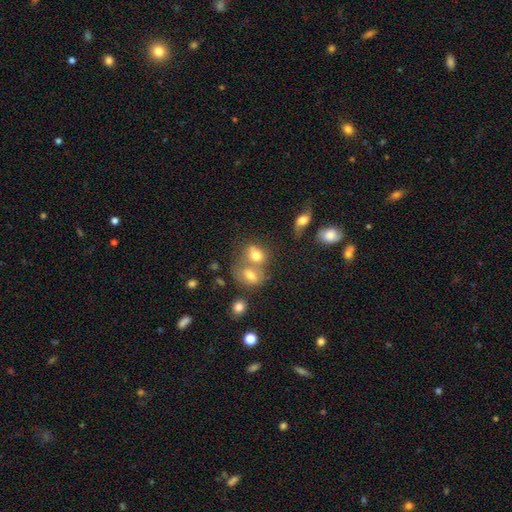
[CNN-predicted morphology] This is likely a smooth galaxy (72%). How rounded: possibly in between (53%). Merging: possibly merger (55%).